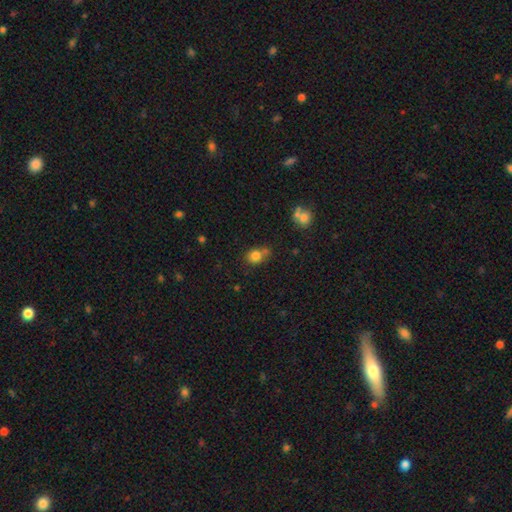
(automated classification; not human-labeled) Morphology: type=smooth (80%); roundness=round (67%); merging=none (51%).